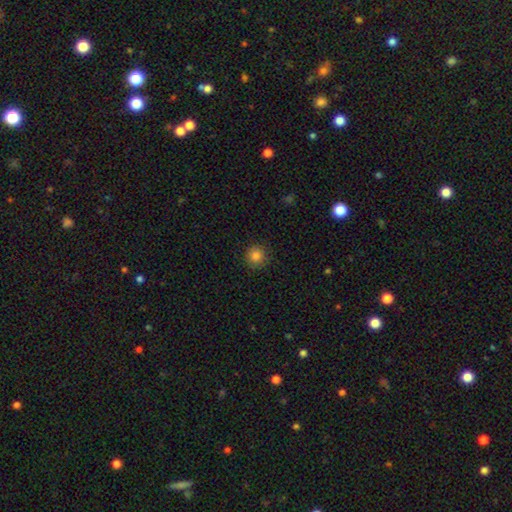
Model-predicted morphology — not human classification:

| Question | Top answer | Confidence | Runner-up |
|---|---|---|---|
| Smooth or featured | smooth | 85% | star or artifact (11%) |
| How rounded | round | 93% | in between (6%) |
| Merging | none | 89% | minor disturbance (8%) |